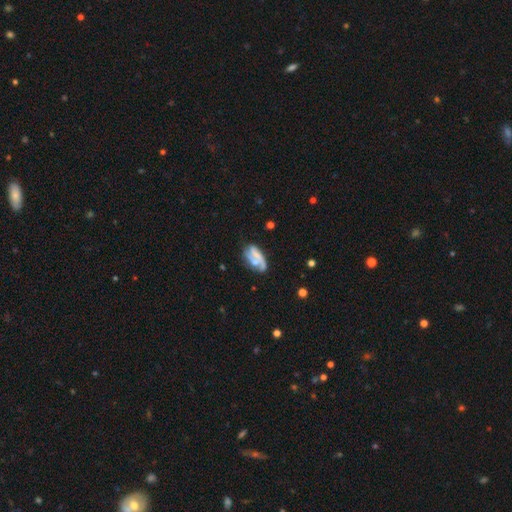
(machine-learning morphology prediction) smooth_or_featured: featured or disk (p=0.60) [alt: smooth p=0.31]
disk_edge_on: no (p=0.94) [alt: yes p=0.06]
bar: no (p=0.57) [alt: weak p=0.29]
has_spiral_arms: yes (p=0.70) [alt: no p=0.30]
bulge_size: small (p=0.40) [alt: none p=0.35]
merging: none (p=0.43) [alt: minor disturbance p=0.24]